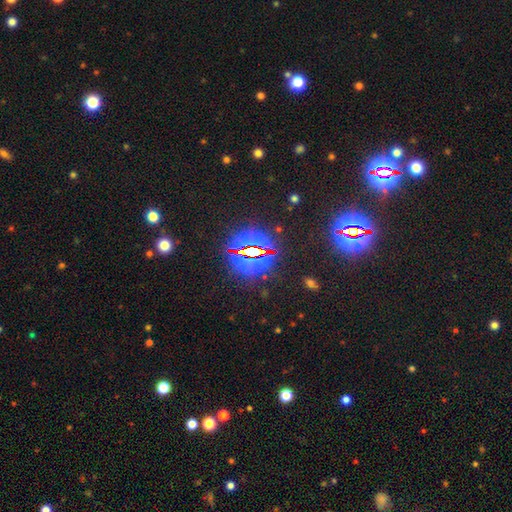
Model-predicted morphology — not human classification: Smooth or featured? Predicted: star or artifact (p=0.82).